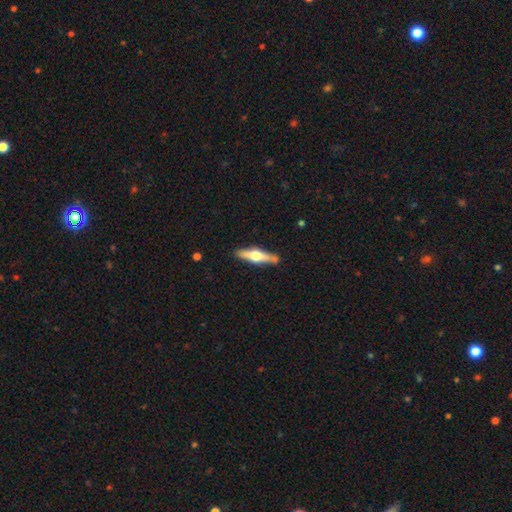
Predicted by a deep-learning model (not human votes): Smooth or featured: featured or disk — 64% (smooth — 31%)
Edge-on disk: yes — 95% (no — 5%)
Edge-on bulge: rounded — 95% (boxy — 3%)
Merging: none — 83% (minor disturbance — 11%)